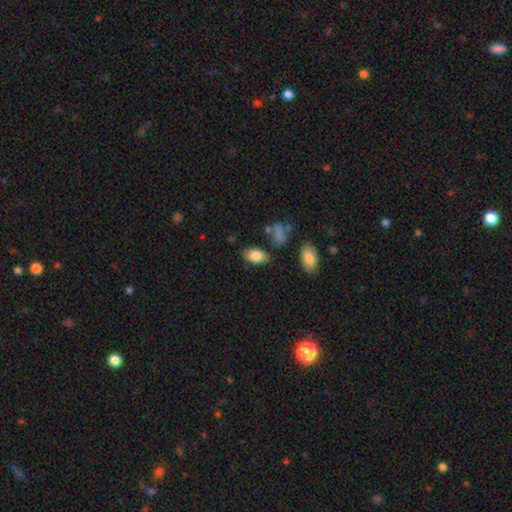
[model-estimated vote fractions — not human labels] Smooth or featured: smooth — 83% (featured or disk — 10%)
How rounded: in between — 93% (round — 4%)
Merging: none — 76% (minor disturbance — 15%)